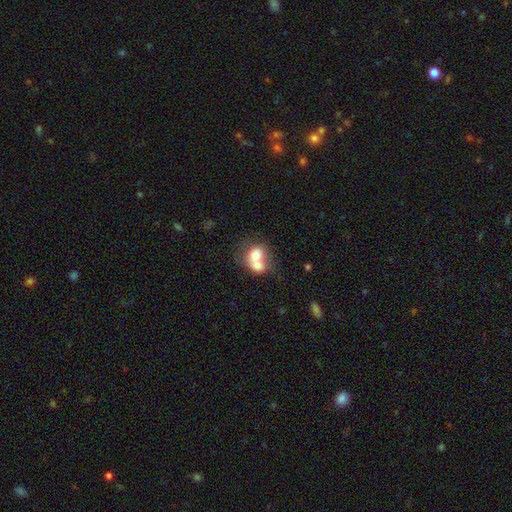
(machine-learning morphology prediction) Smooth or featured? Predicted: smooth (p=0.68). How rounded? Predicted: round (p=0.58). Merging? Predicted: merger (p=0.73).